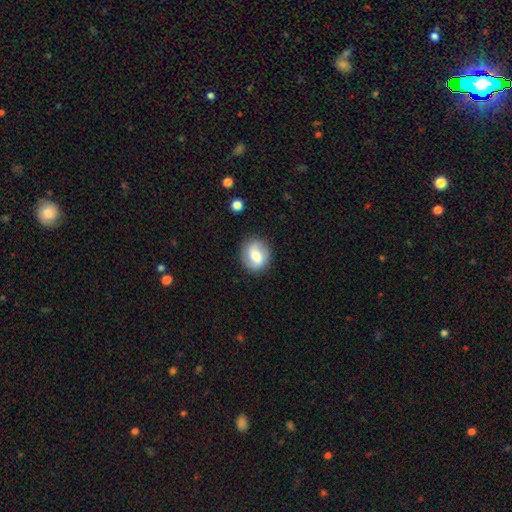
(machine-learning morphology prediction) This is possibly a smooth galaxy (51%). How rounded: likely round (71%). Merging: clearly none (85%).